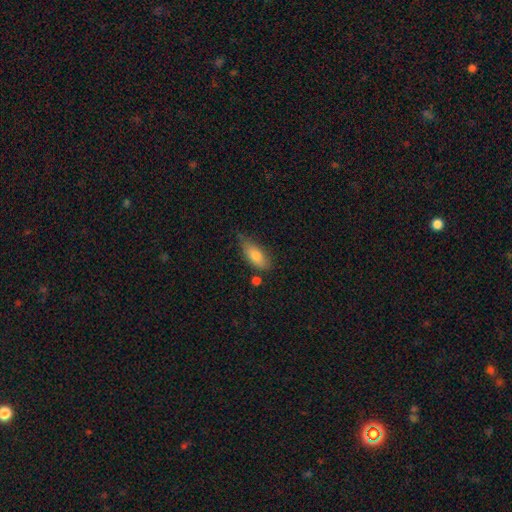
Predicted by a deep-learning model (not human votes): smooth-or-featured: smooth: 78% | featured or disk: 15% | star or artifact: 7%
  how-rounded: in between: 80% | cigar-shaped: 17% | round: 3%
  merging: none: 57% | minor disturbance: 31% | merger: 6% | major disturbance: 6%